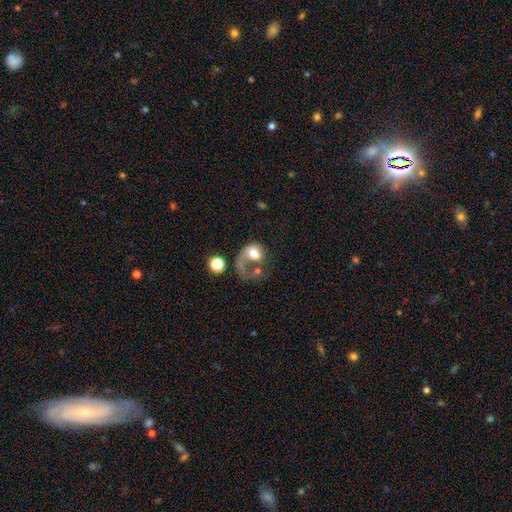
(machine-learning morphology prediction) smooth-or-featured: featured or disk: 49% | smooth: 40% | star or artifact: 11%
  merging: major disturbance: 47% | merger: 23% | none: 20% | minor disturbance: 11%